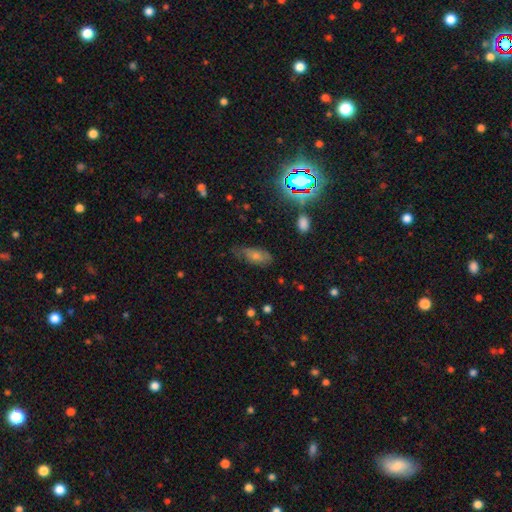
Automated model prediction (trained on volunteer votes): Smooth or featured: smooth — 46% (featured or disk — 27%)
Merging: none — 60% (minor disturbance — 28%)